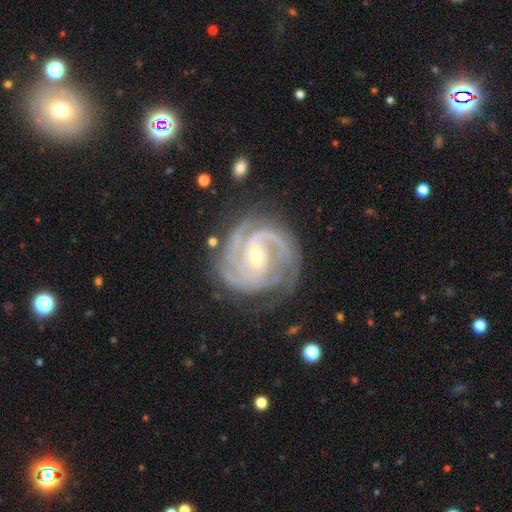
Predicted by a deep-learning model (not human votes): featured or disk 93%, star or artifact 4%, smooth 3%. Down the decision tree: edge-on disk — no (98%); bar — weak (44%); spiral arms — yes (99%); spiral arm count — 3 (38%); spiral winding — tight (71%); bulge size — small (54%); merging — none (74%).